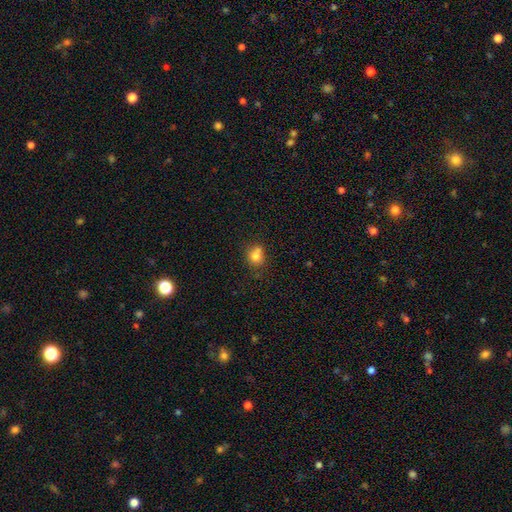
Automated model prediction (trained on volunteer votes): Smooth or featured? smooth (77%)
How rounded? round (75%)
Merging? none (52%)